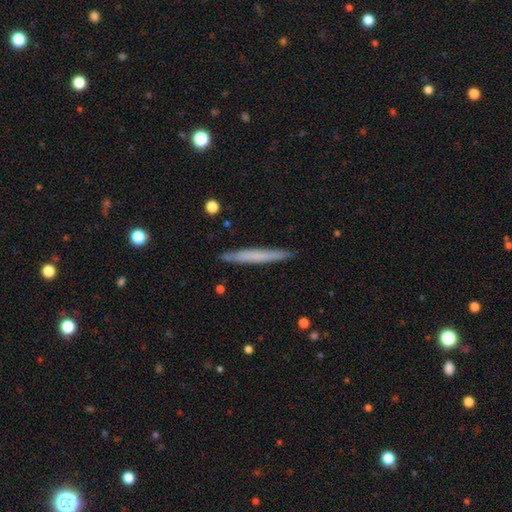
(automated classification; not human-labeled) Smooth or featured? smooth (59%)
How rounded? cigar-shaped (97%)
Merging? none (90%)